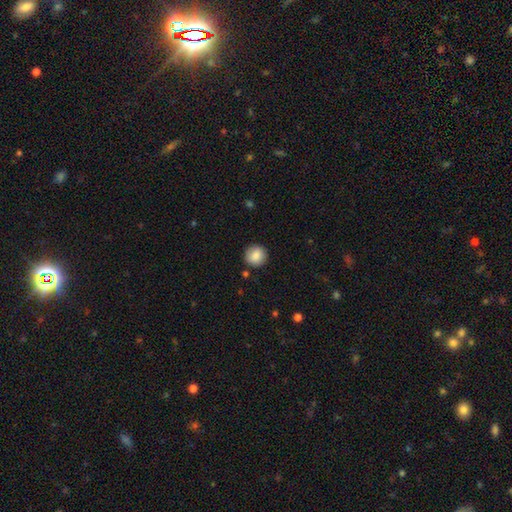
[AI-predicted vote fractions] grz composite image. It shows a smooth galaxy with no disk features (86%) that is round (94%). Merging: none (89%).